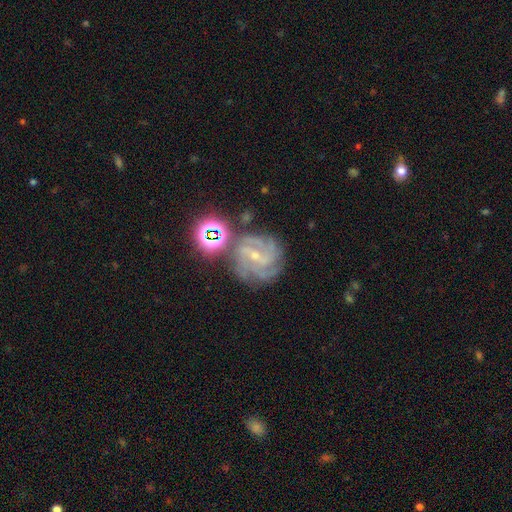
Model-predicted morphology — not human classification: This is likely a featured or disk galaxy (80%). It is clearly not viewed edge-on (97%). Bar: marginally weak (44%). Spiral arm pattern: clearly yes (97%). Spiral arm count: marginally 4 (30%). Spiral winding: possibly tight (57%). Central bulge: likely small (74%). Merging: likely none (69%).